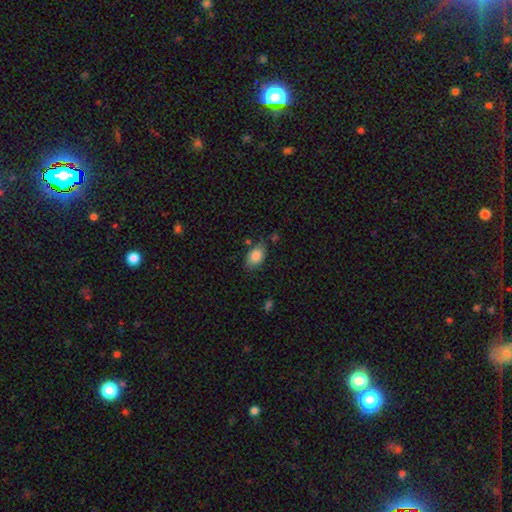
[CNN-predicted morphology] Q: Smooth or featured?
A: smooth (85%); runner-up: featured or disk (7%)
Q: How rounded?
A: in between (90%); runner-up: round (9%)
Q: Merging?
A: none (70%); runner-up: minor disturbance (20%)